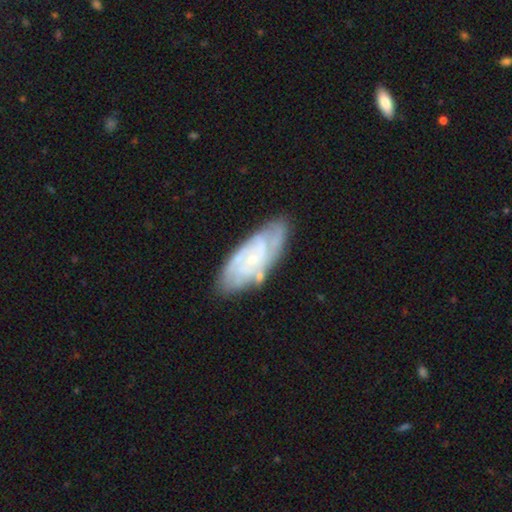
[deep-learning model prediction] smooth_or_featured: featured or disk (p=0.74) [alt: smooth p=0.20]
disk_edge_on: no (p=0.90) [alt: yes p=0.10]
bar: no (p=0.67) [alt: weak p=0.26]
has_spiral_arms: yes (p=0.86) [alt: no p=0.14]
spiral_winding: tight (p=0.62) [alt: medium p=0.30]
spiral_arm_count: can't tell (p=0.45) [alt: 2 p=0.21]
bulge_size: small (p=0.75) [alt: moderate p=0.18]
merging: none (p=0.74) [alt: minor disturbance p=0.18]